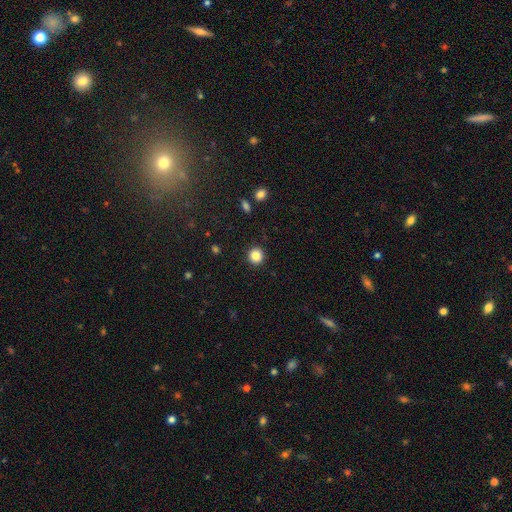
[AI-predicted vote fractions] Smooth or featured? smooth (85%)
How rounded? round (94%)
Merging? none (92%)